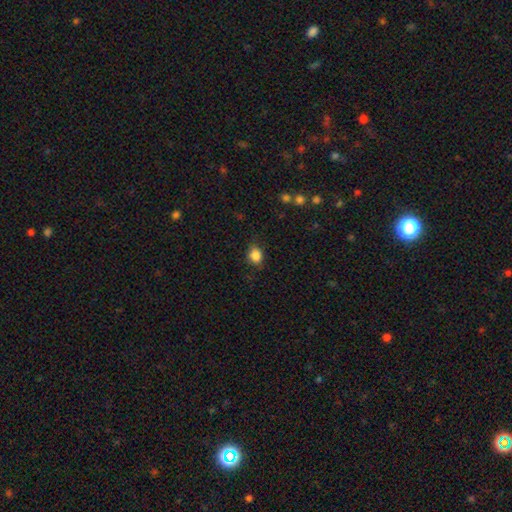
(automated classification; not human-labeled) smooth-or-featured: smooth: 86% | star or artifact: 10% | featured or disk: 4%
  how-rounded: round: 64% | in between: 35% | cigar-shaped: 1%
  merging: none: 77% | minor disturbance: 18% | major disturbance: 4% | merger: 1%